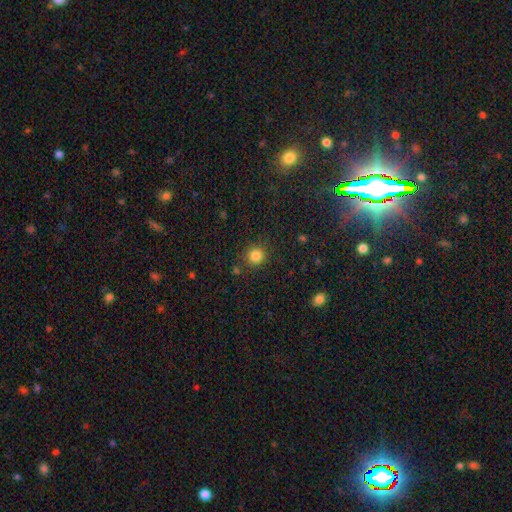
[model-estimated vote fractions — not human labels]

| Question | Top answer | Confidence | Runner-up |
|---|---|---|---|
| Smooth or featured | smooth | 83% | star or artifact (13%) |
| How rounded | round | 91% | in between (8%) |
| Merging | none | 85% | minor disturbance (9%) |